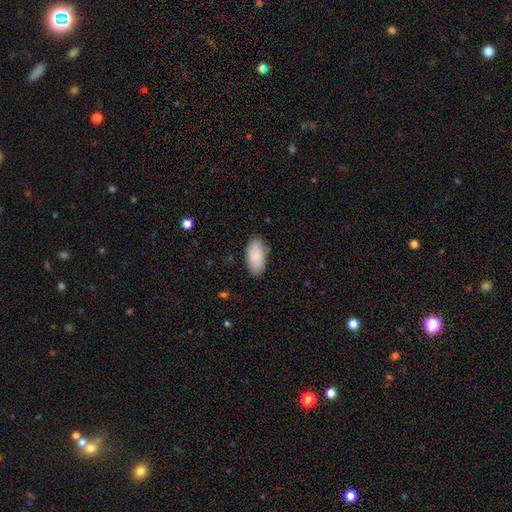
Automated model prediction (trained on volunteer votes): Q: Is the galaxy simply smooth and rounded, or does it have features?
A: smooth — 84%.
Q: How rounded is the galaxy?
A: in between — 94%.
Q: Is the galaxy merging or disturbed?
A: none — 82%.